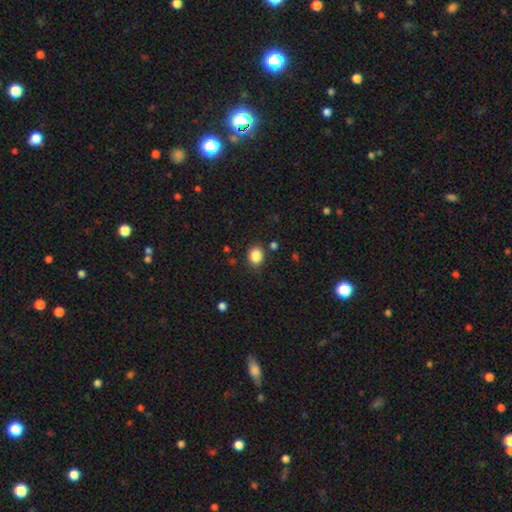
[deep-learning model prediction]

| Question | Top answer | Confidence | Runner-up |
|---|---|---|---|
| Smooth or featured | smooth | 86% | star or artifact (10%) |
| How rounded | round | 57% | in between (42%) |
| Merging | none | 81% | minor disturbance (13%) |